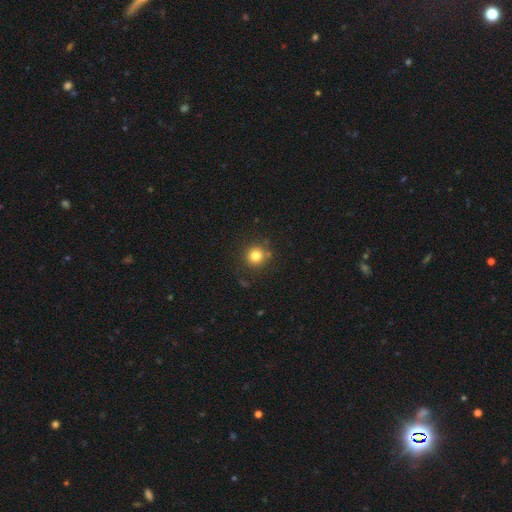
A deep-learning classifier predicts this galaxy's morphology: Overall: smooth (80%). How rounded: round (94%). Merging: none (84%).